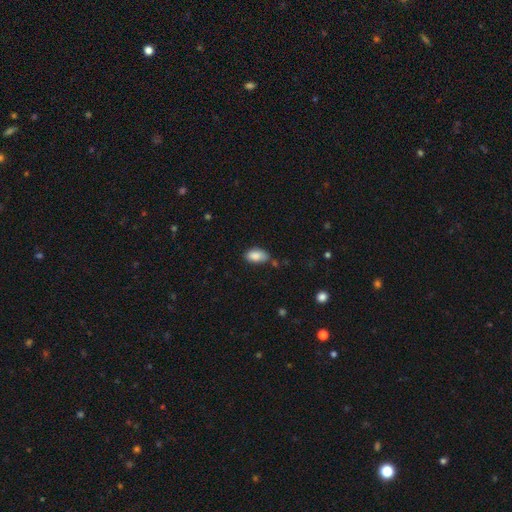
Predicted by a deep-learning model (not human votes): smooth-or-featured: smooth: 87% | star or artifact: 7% | featured or disk: 5%
  how-rounded: in between: 93% | round: 5% | cigar-shaped: 2%
  merging: none: 61% | minor disturbance: 28% | merger: 6% | major disturbance: 5%